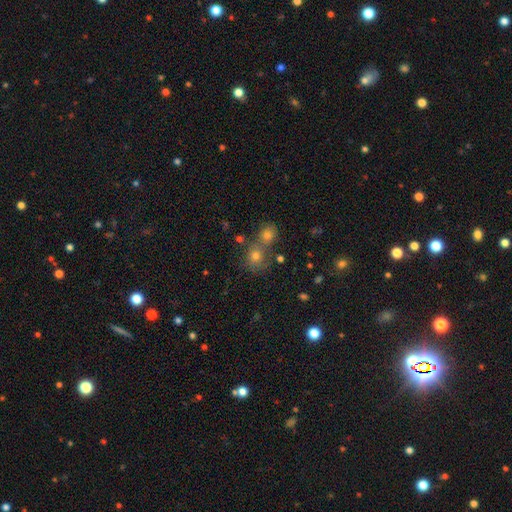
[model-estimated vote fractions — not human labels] This appears to be a smooth galaxy with no disk features (62%) that is round (84%). Merging: none (54%).